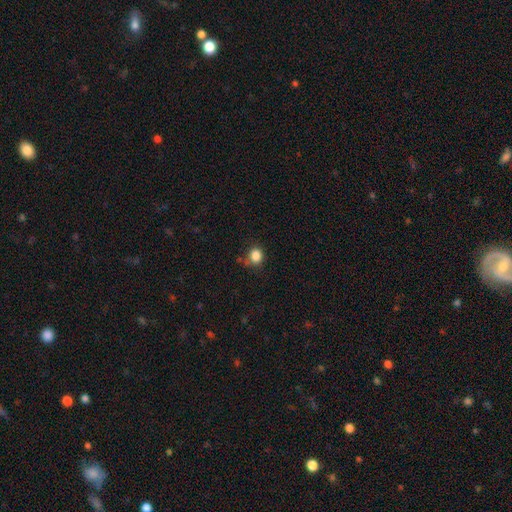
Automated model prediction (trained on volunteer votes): This appears to be a smooth galaxy with no disk features (85%) that is round (69%). Merging: none (70%).